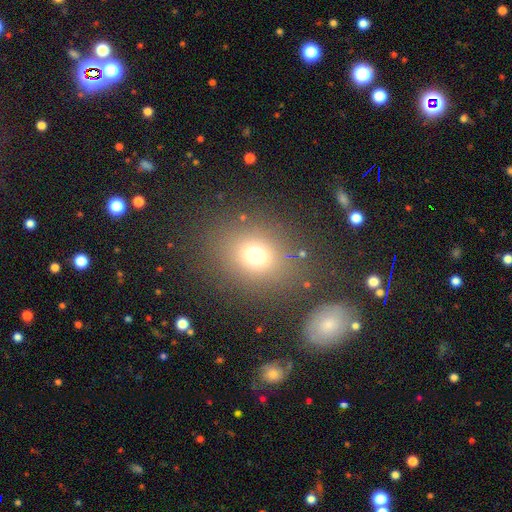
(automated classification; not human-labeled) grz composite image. It shows a smooth galaxy with no disk features (68%) that is round (65%). Merging: none (82%).